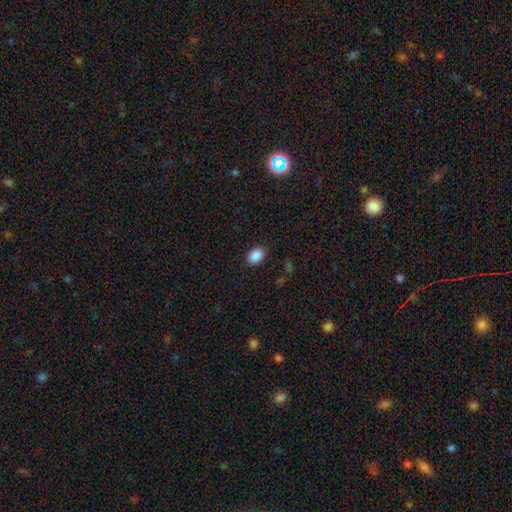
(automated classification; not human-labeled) smooth 88%, star or artifact 9%, featured or disk 3%. Down the decision tree: how rounded — in between (72%); merging — none (87%).